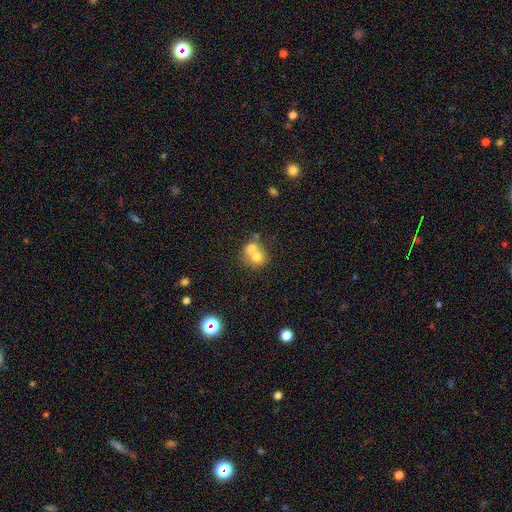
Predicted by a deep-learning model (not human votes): A smooth galaxy with no disk features (66%) that is round (76%).

Vote fractions:
- Smooth or featured? smooth: 66% / featured or disk: 22% / star or artifact: 12%
- How rounded? round: 76% / in between: 23% / cigar-shaped: 1%
- Merging? merger: 62% / none: 29% / minor disturbance: 6% / major disturbance: 3%